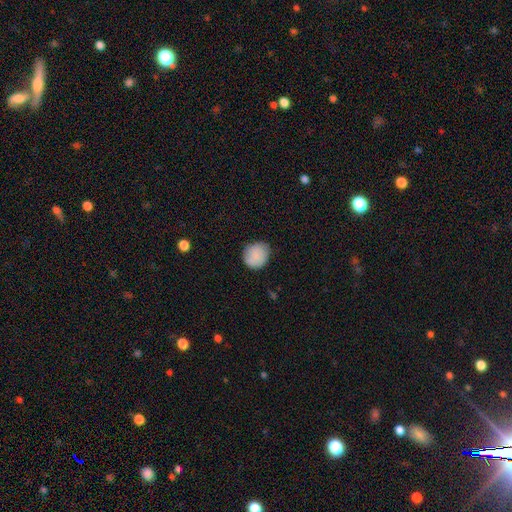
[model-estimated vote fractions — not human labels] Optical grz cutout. It shows a smooth galaxy with no disk features (87%) that is round (76%). Merging: none (77%).